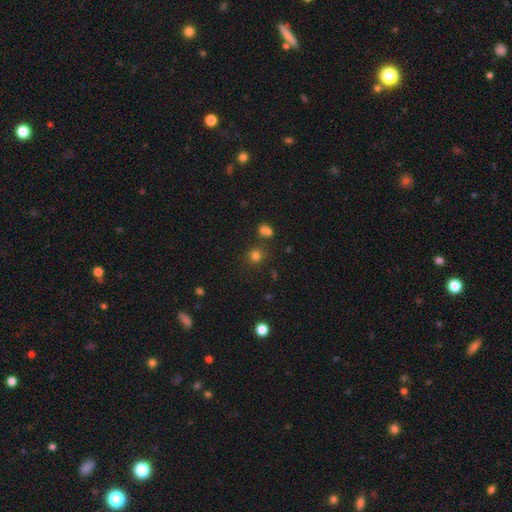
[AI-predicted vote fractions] smooth_or_featured: smooth (p=0.75) [alt: star or artifact p=0.18]
how_rounded: round (p=0.87) [alt: in between p=0.12]
merging: none (p=0.77) [alt: merger p=0.10]